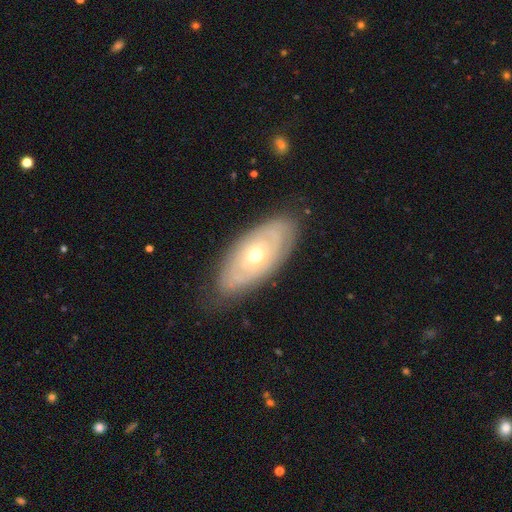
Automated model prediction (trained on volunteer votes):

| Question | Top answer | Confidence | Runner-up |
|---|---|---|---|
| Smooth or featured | featured or disk | 65% | smooth (29%) |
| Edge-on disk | no | 88% | yes (12%) |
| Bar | no | 85% | weak (12%) |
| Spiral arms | yes | 59% | no (41%) |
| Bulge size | moderate | 57% | small (39%) |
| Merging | none | 79% | minor disturbance (16%) |